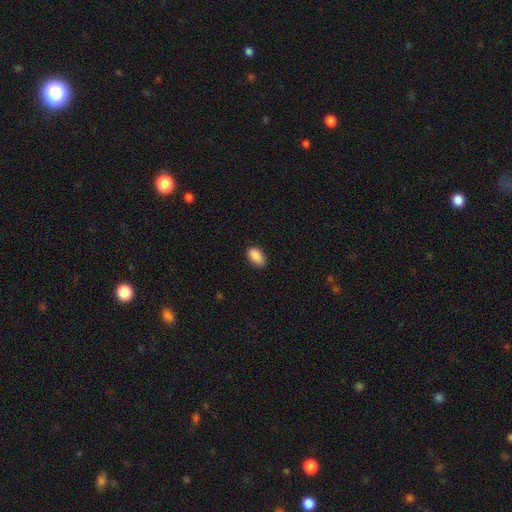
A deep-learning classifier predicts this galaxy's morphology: The model was most divided on "merging": none: 83%, minor disturbance: 14%, major disturbance: 2%, merger: 1%. More confident: how rounded — in between (93%); smooth or featured — smooth (89%).